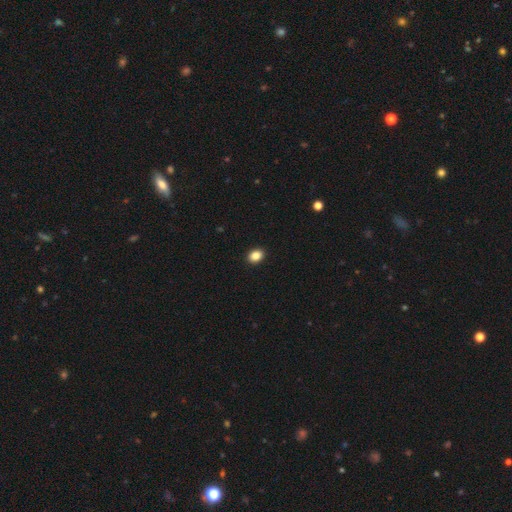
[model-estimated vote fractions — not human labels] A smooth galaxy with no disk features (87%) that is in between round and cigar-shaped (63%). Merging: none (92%).